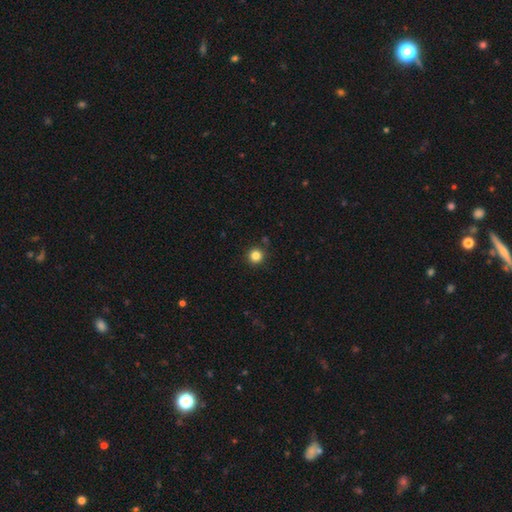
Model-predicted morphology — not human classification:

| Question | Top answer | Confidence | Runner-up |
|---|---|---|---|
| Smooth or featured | smooth | 83% | star or artifact (13%) |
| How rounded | round | 95% | in between (4%) |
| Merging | none | 90% | minor disturbance (6%) |